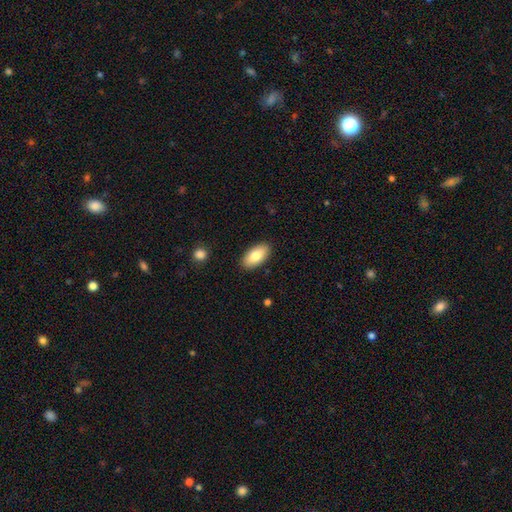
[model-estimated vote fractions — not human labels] Morphology: type=smooth (81%); roundness=in between (94%); merging=none (89%).